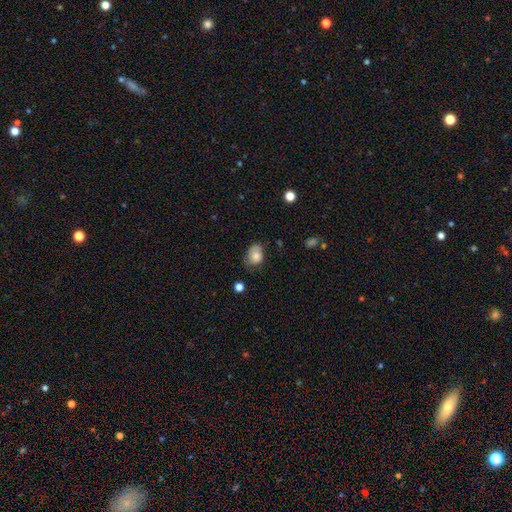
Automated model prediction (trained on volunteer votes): Smooth or featured: smooth — 77% (featured or disk — 14%)
How rounded: in between — 64% (round — 34%)
Merging: none — 48% (minor disturbance — 37%)